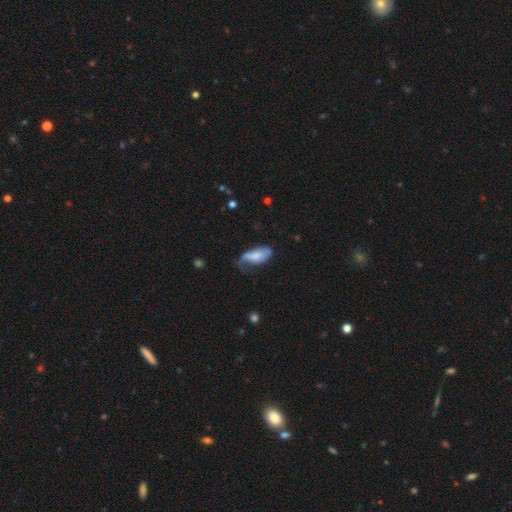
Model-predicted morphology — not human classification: This is likely a smooth galaxy (63%). How rounded: clearly in between (83%). Merging: marginally minor disturbance (36%).